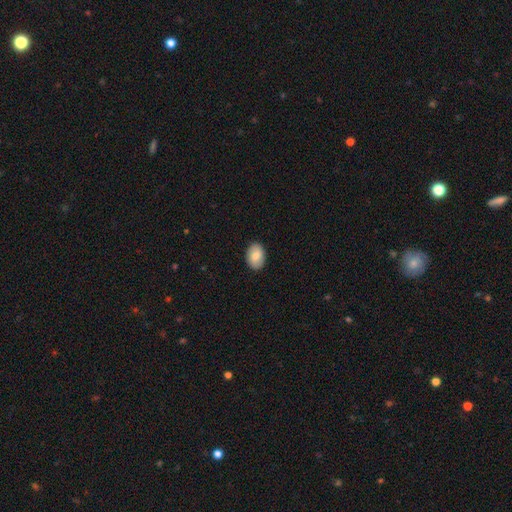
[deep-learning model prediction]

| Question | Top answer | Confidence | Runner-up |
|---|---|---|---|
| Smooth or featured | smooth | 83% | featured or disk (10%) |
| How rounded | in between | 86% | round (13%) |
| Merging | none | 90% | minor disturbance (8%) |